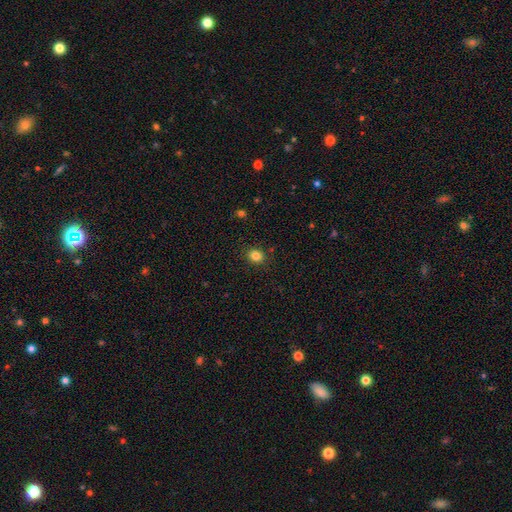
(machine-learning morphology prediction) type=smooth (83%); roundness=round (70%); merging=none (88%).